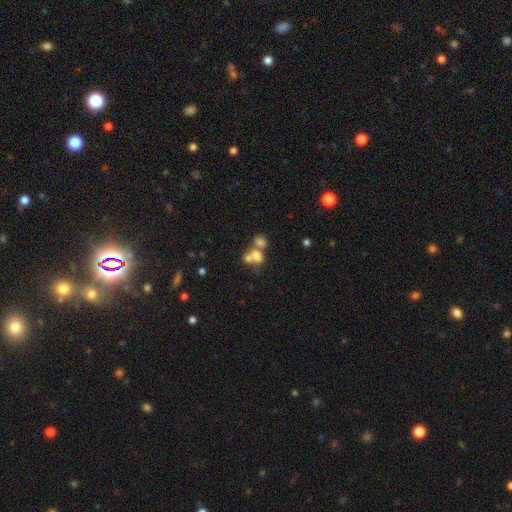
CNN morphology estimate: smooth_or_featured: smooth (p=0.67) [alt: featured or disk p=0.20]
how_rounded: round (p=0.57) [alt: in between p=0.42]
merging: merger (p=0.62) [alt: none p=0.26]